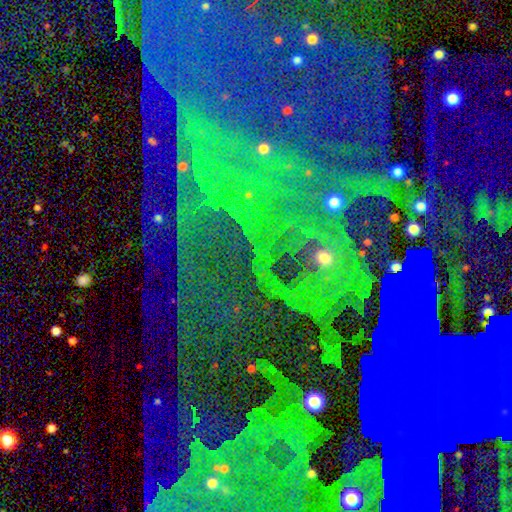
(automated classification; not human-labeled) Smooth or featured: star or artifact — 76% (smooth — 12%)